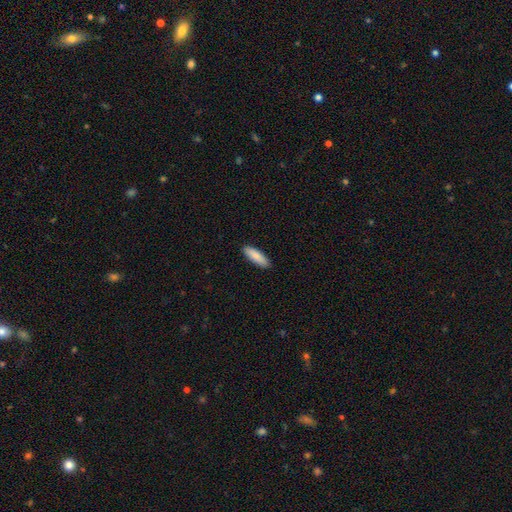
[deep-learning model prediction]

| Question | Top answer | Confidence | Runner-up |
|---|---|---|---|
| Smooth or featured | smooth | 88% | featured or disk (7%) |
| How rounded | cigar-shaped | 53% | in between (46%) |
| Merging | none | 90% | minor disturbance (7%) |